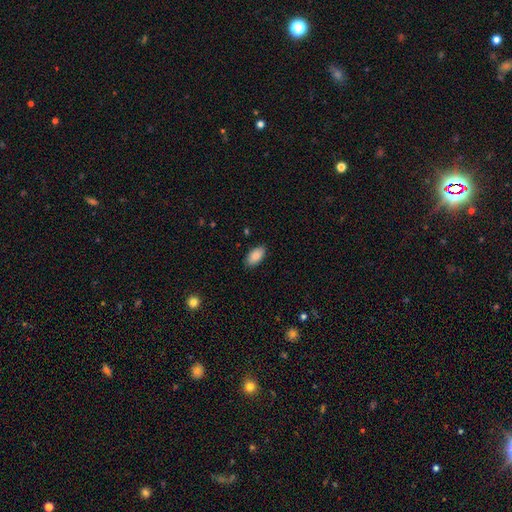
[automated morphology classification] type=smooth (87%); roundness=in between (94%); merging=none (87%).